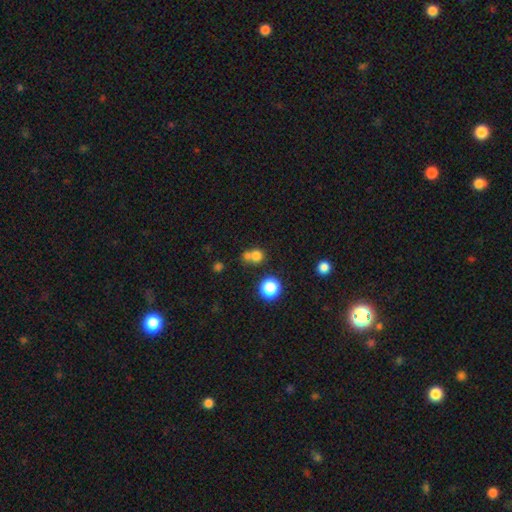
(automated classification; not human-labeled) Smooth or featured? Predicted: smooth (p=0.74). How rounded? Predicted: round (p=0.84). Merging? Predicted: none (p=0.46).